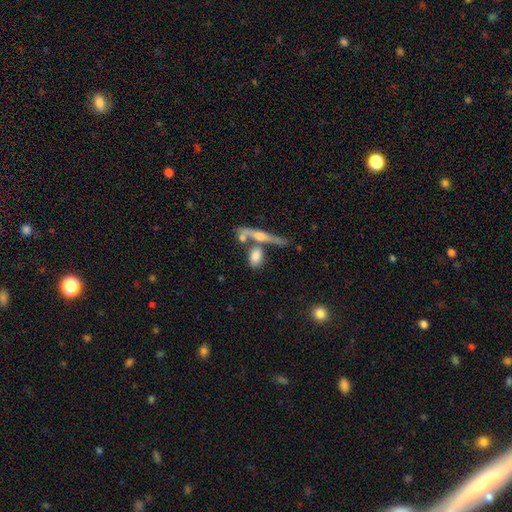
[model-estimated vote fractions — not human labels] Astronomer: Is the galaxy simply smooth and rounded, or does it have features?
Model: smooth — 68%.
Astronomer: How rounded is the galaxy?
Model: in between — 72%.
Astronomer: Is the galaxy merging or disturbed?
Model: none — 47% (runner-up: merger, 33%).